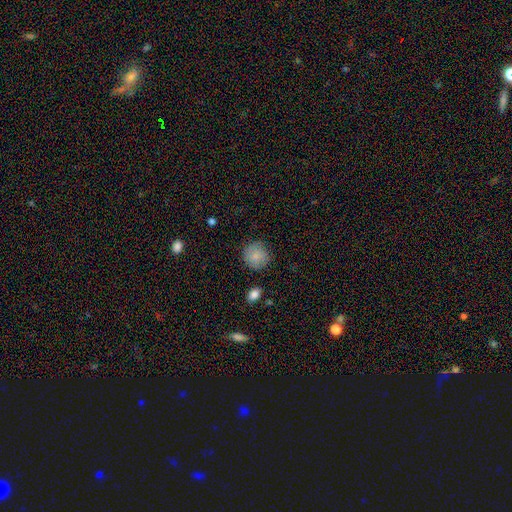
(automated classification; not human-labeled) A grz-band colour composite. It shows a smooth galaxy with no disk features (83%) that is round (90%). Merging: none (81%).